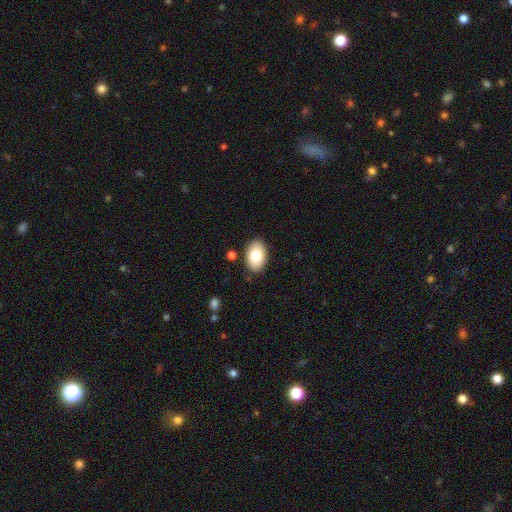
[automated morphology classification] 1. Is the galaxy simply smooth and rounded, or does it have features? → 81% smooth, 12% featured or disk, 7% star or artifact.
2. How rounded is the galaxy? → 91% in between, 8% round, 1% cigar-shaped.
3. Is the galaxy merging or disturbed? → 86% none, 10% minor disturbance, 2% merger, 2% major disturbance.